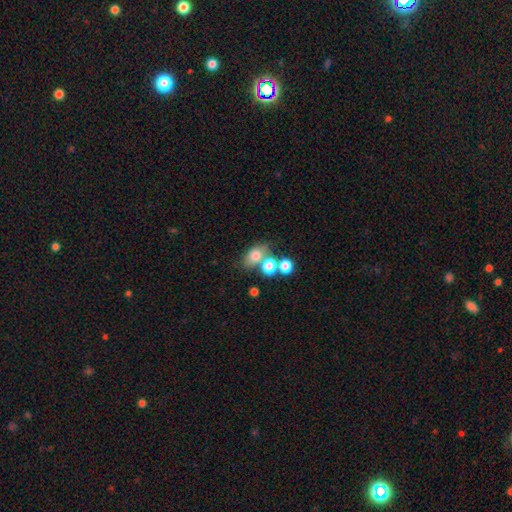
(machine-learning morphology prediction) Smooth or featured: smooth — 75% (featured or disk — 13%)
How rounded: in between — 63% (round — 35%)
Merging: none — 51% (merger — 31%)